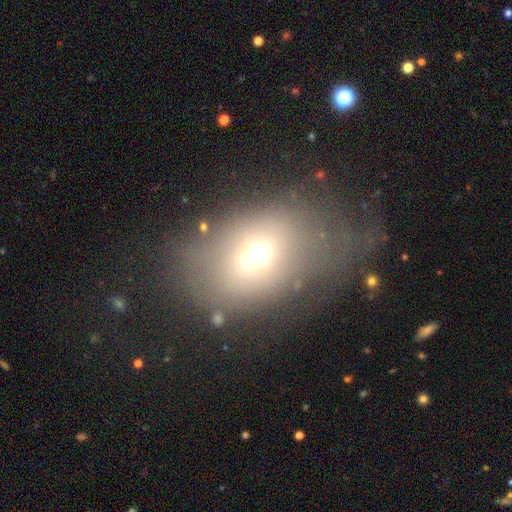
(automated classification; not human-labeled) Smooth or featured? Predicted: smooth (p=0.61). How rounded? Predicted: in between (p=0.71). Merging? Predicted: none (p=0.44).